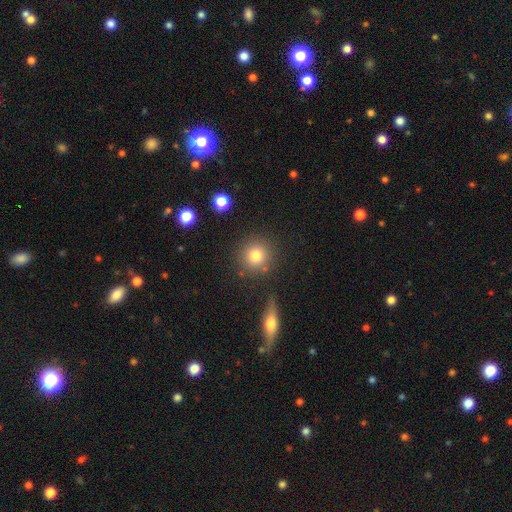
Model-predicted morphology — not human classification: smooth_or_featured: smooth (p=0.80) [alt: star or artifact p=0.11]
how_rounded: round (p=0.92) [alt: in between p=0.07]
merging: none (p=0.81) [alt: minor disturbance p=0.09]